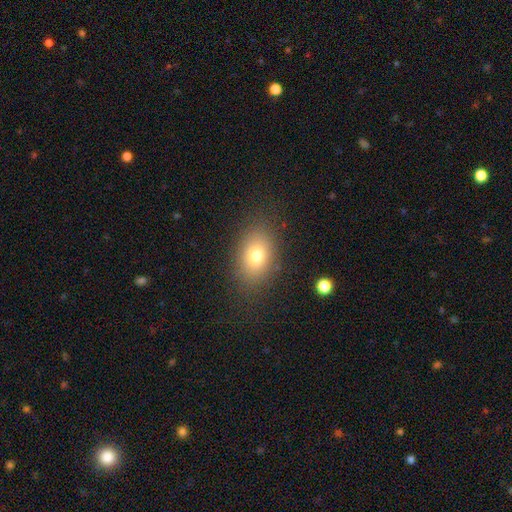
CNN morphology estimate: smooth-or-featured: smooth: 76% | featured or disk: 13% | star or artifact: 12%
  how-rounded: in between: 77% | round: 22% | cigar-shaped: 1%
  merging: none: 83% | minor disturbance: 11% | major disturbance: 5% | merger: 1%